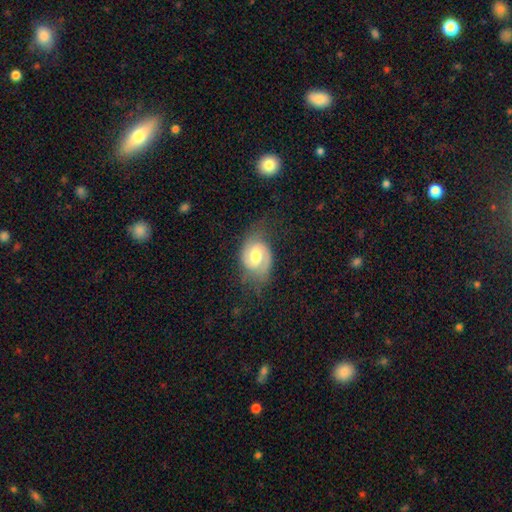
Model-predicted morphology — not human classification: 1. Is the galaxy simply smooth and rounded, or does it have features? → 73% featured or disk, 21% smooth, 6% star or artifact.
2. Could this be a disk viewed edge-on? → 97% no, 3% yes.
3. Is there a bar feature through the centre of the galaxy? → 48% no, 43% weak, 10% strong.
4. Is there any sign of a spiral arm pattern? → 92% yes, 8% no.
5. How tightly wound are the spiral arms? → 45% medium, 32% tight, 23% loose.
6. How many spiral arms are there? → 83% 2, 8% can't tell, 6% 1, 2% 3, 1% 4, 1% more than 4.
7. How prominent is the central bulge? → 69% moderate, 14% large, 14% small, 1% dominant, 1% none.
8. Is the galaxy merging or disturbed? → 60% none, 24% minor disturbance, 14% major disturbance, 1% merger.